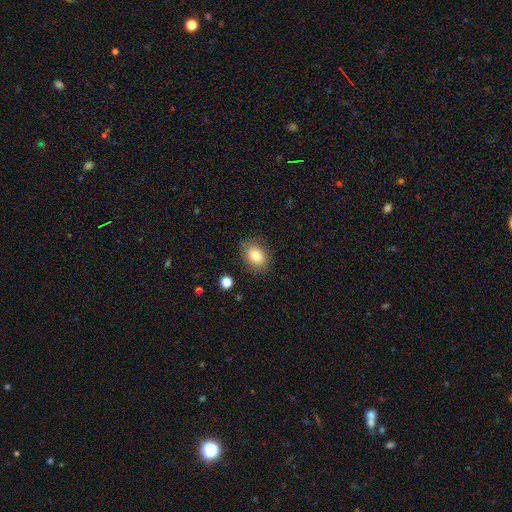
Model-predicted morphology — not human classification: A smooth galaxy with no disk features (80%) that is in between round and cigar-shaped (68%). Merging: none (80%).